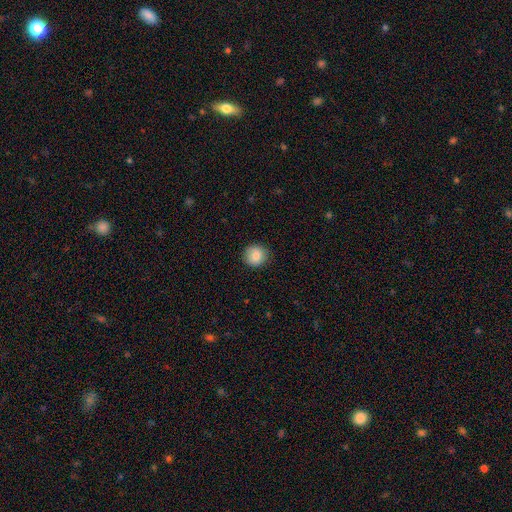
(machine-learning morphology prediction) Smooth or featured? Predicted: smooth (p=0.86). How rounded? Predicted: round (p=0.89). Merging? Predicted: none (p=0.87).